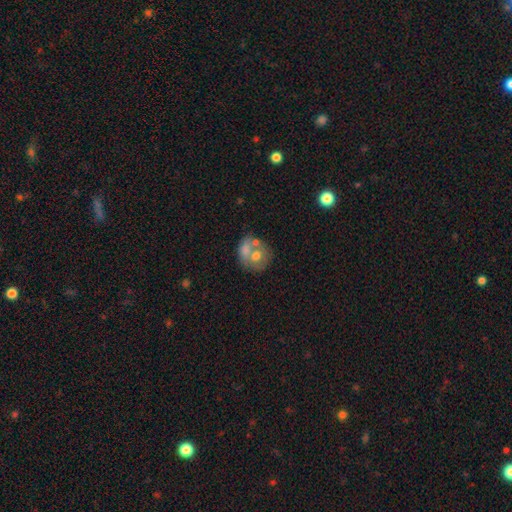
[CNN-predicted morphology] This is possibly a smooth galaxy (53%). How rounded: likely round (74%). Merging: marginally merger (44%).